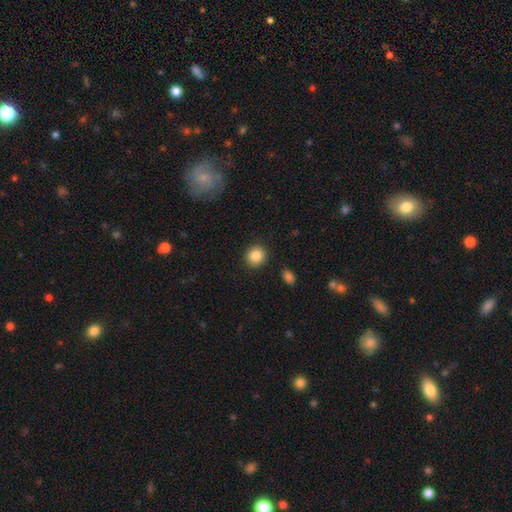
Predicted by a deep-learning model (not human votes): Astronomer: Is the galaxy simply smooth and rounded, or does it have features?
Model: smooth — 86%.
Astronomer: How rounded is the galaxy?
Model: round — 89%.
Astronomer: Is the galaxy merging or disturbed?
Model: none — 90%.